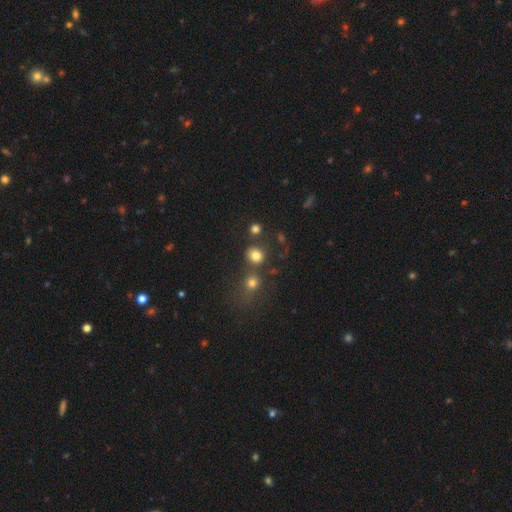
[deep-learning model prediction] Morphology: type=smooth (79%); roundness=round (82%); merging=none (68%).